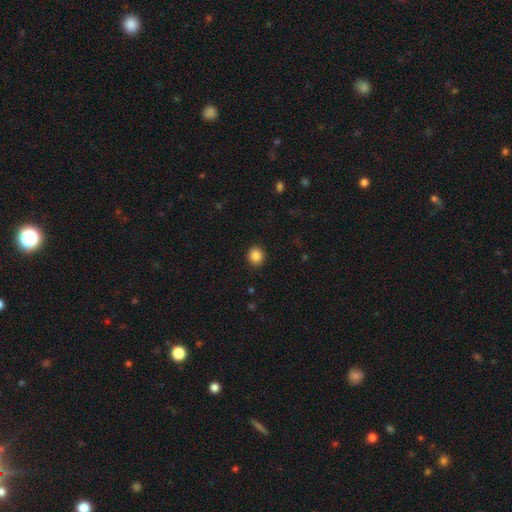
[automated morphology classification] A smooth galaxy with no disk features (86%) that is round (87%). Merging: none (92%).